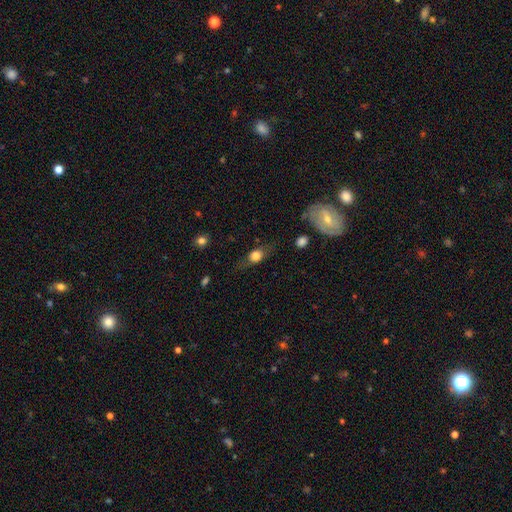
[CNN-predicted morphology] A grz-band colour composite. It shows a smooth galaxy with no disk features (64%) that is in between round and cigar-shaped (56%). Merging: none (68%).